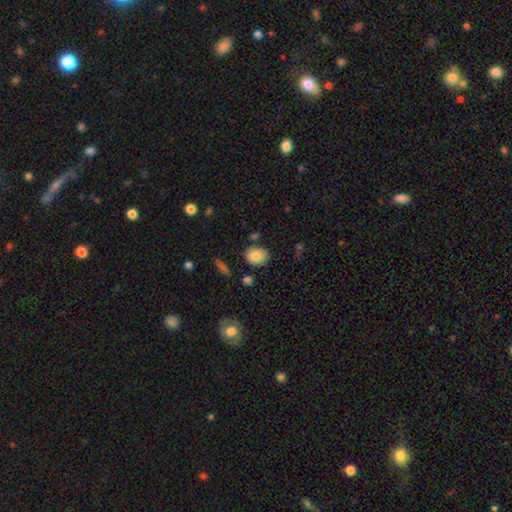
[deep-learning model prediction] The model was most divided on "how rounded": in between: 52%, round: 47%, cigar-shaped: 1%. More confident: smooth or featured — smooth (85%); merging — none (77%).